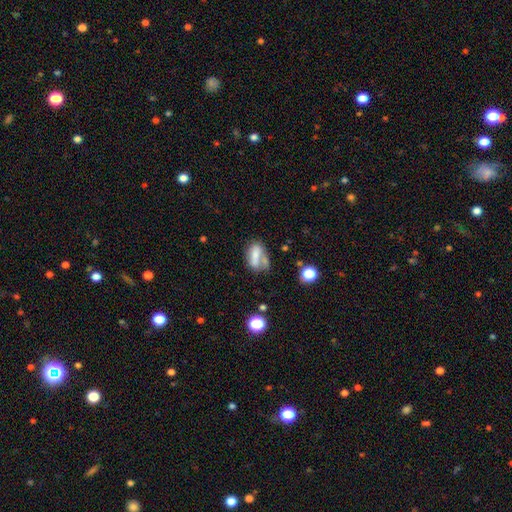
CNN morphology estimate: smooth 63%, featured or disk 26%, star or artifact 11%. Down the decision tree: how rounded — in between (80%); merging — none (34%).